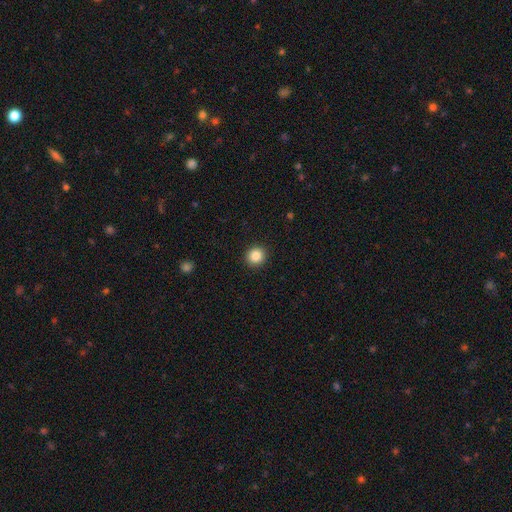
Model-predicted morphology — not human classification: A smooth galaxy with no disk features (86%) that is round (92%).

Vote fractions:
- Smooth or featured? smooth: 86% / star or artifact: 10% / featured or disk: 4%
- How rounded? round: 92% / in between: 7% / cigar-shaped: 1%
- Merging? none: 92% / minor disturbance: 5% / major disturbance: 2% / merger: 1%